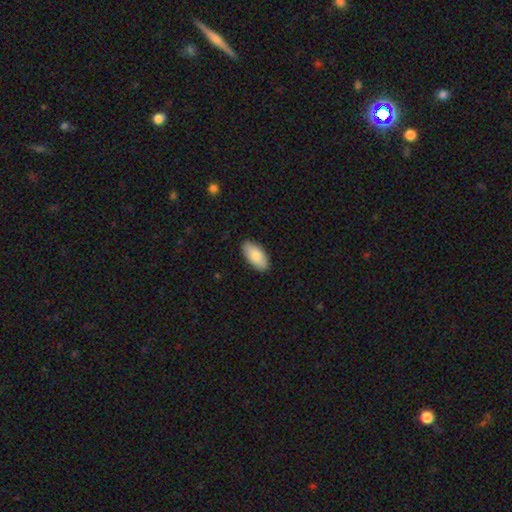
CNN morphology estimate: smooth-or-featured: smooth: 84% | featured or disk: 10% | star or artifact: 6%
  how-rounded: in between: 93% | cigar-shaped: 5% | round: 2%
  merging: none: 89% | minor disturbance: 8% | major disturbance: 2% | merger: 1%